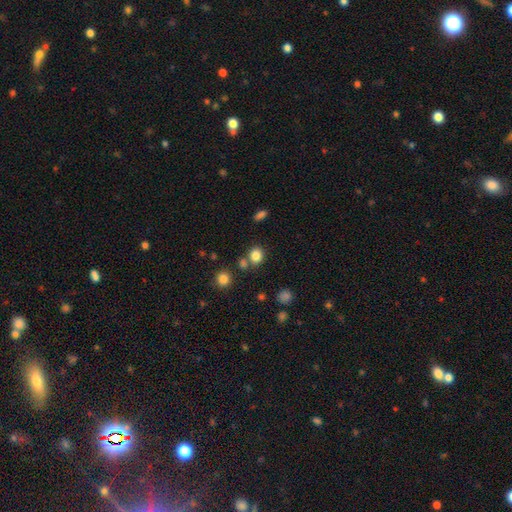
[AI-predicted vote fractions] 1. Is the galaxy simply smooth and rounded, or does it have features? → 83% smooth, 12% star or artifact, 5% featured or disk.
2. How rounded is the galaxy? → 72% round, 27% in between, 1% cigar-shaped.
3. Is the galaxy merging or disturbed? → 71% none, 15% merger, 10% minor disturbance, 4% major disturbance.